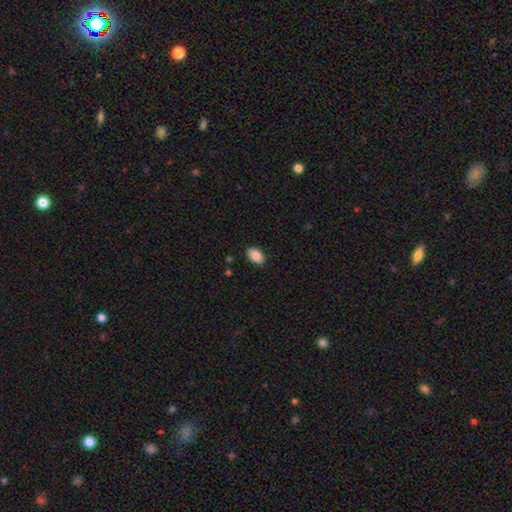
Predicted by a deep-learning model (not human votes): smooth 88%, star or artifact 7%, featured or disk 5%. Down the decision tree: how rounded — in between (91%); merging — none (86%).